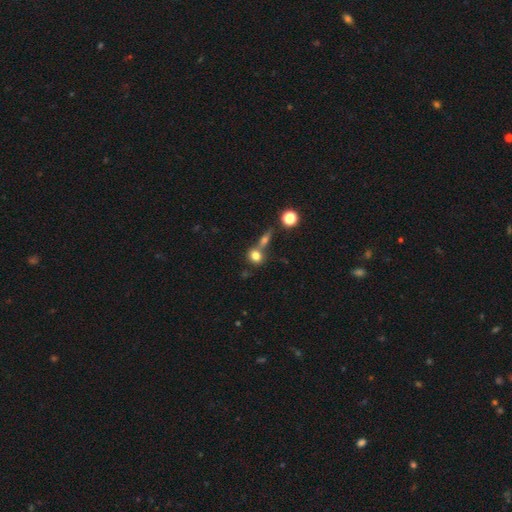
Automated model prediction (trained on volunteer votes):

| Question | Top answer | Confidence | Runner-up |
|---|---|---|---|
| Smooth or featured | smooth | 77% | star or artifact (12%) |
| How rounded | round | 67% | in between (30%) |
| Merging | none | 48% | merger (39%) |